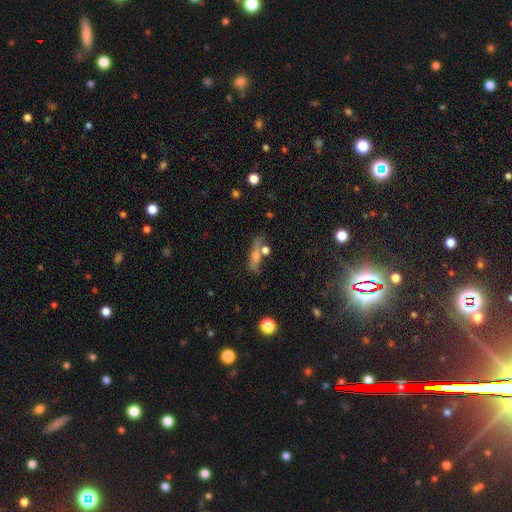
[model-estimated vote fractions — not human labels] smooth_or_featured: smooth (p=0.47) [alt: featured or disk p=0.34]
merging: none (p=0.59) [alt: minor disturbance p=0.17]